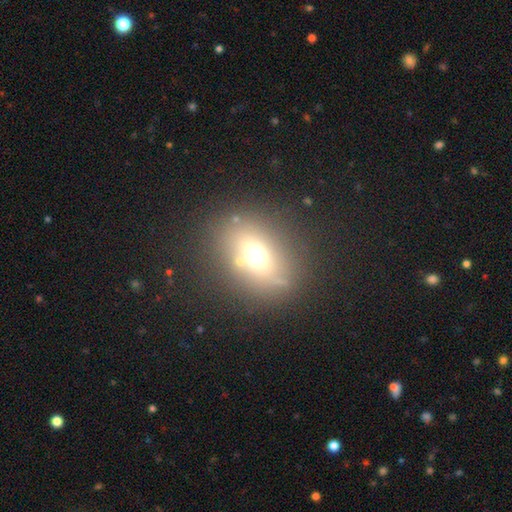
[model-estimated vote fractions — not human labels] smooth-or-featured: smooth: 58% | star or artifact: 22% | featured or disk: 20%
  how-rounded: in between: 50% | round: 47% | cigar-shaped: 2%
  merging: none: 76% | minor disturbance: 12% | major disturbance: 6% | merger: 6%